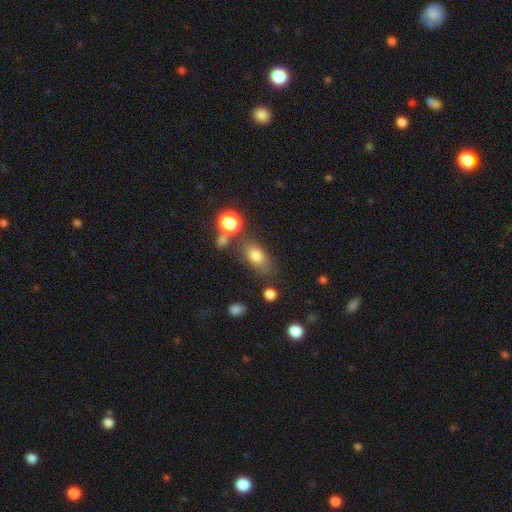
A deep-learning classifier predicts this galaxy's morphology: smooth_or_featured: smooth (p=0.77) [alt: star or artifact p=0.12]
how_rounded: in between (p=0.80) [alt: round p=0.16]
merging: none (p=0.64) [alt: minor disturbance p=0.18]